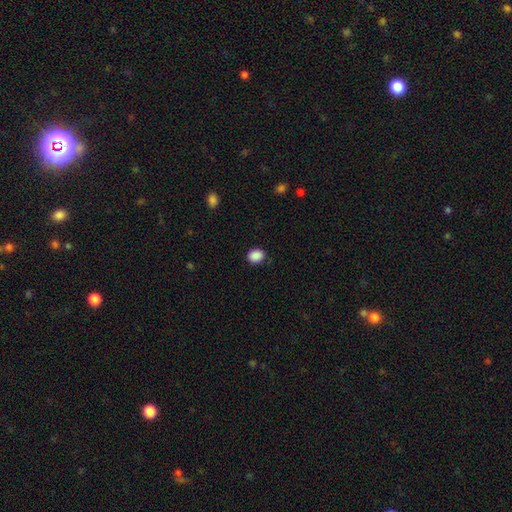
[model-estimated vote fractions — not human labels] Smooth or featured? Predicted: smooth (p=0.89). How rounded? Predicted: round (p=0.59). Merging? Predicted: none (p=0.87).